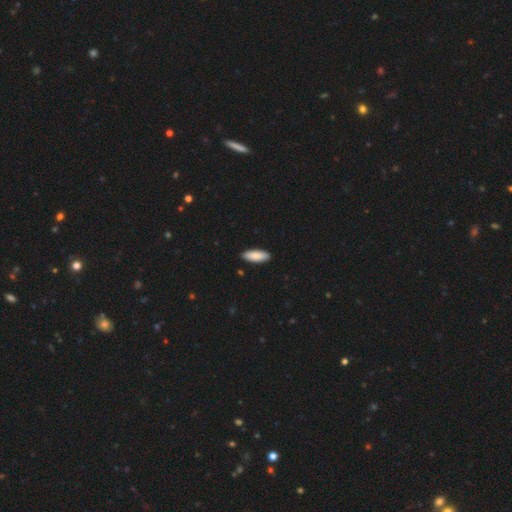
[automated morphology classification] Smooth or featured? smooth (89%)
How rounded? in between (76%)
Merging? none (91%)